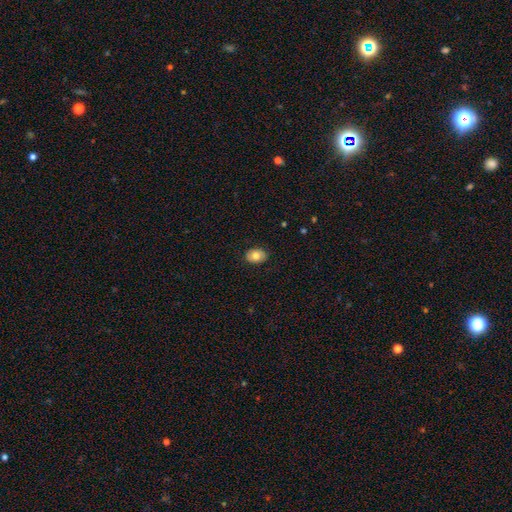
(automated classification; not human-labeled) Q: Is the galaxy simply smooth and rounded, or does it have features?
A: smooth — 77%.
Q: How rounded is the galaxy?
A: in between — 75%.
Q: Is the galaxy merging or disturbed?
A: none — 88%.